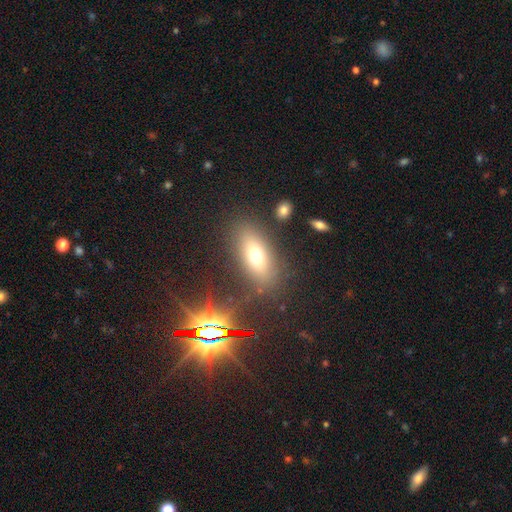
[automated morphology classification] Q: Smooth or featured?
A: smooth (63%); runner-up: featured or disk (21%)
Q: How rounded?
A: in between (76%); runner-up: cigar-shaped (17%)
Q: Merging?
A: none (81%); runner-up: minor disturbance (11%)